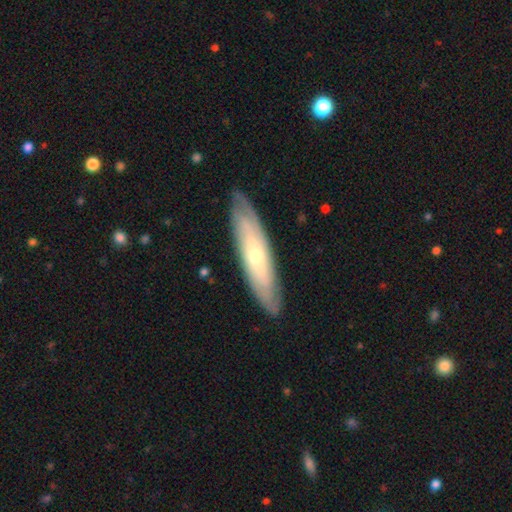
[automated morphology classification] The model was most divided on "edge-on disk": no: 55%, yes: 45%. More confident: merging — none (85%); smooth or featured — featured or disk (65%).